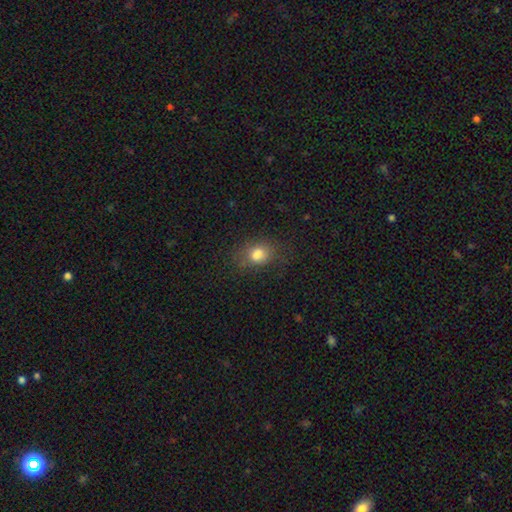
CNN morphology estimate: This appears to be a smooth galaxy with no disk features (79%) that is in between round and cigar-shaped (54%). Merging: none (76%).